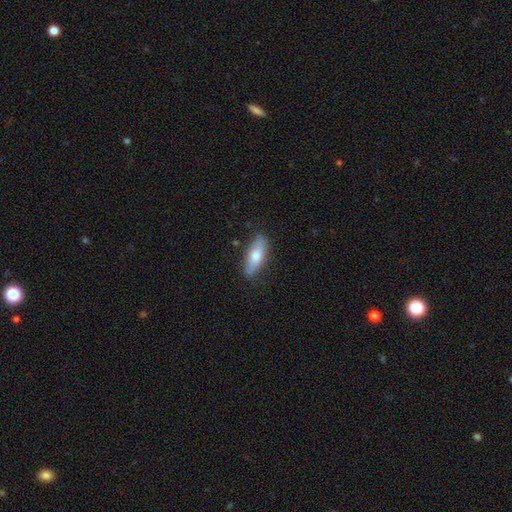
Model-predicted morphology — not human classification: smooth 70%, featured or disk 24%, star or artifact 6%. Down the decision tree: how rounded — in between (67%); merging — none (82%).